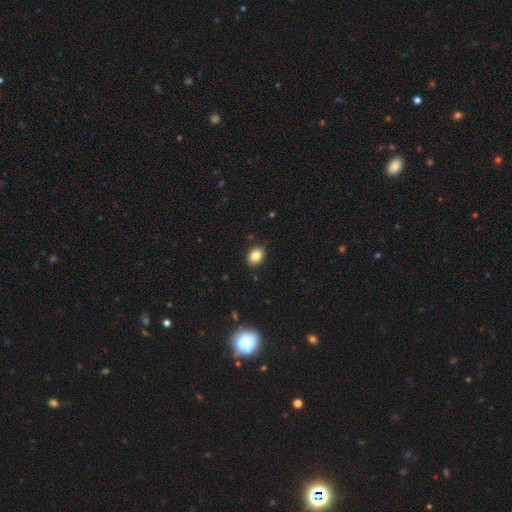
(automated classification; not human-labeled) The model was most divided on "how rounded": in between: 69%, round: 30%, cigar-shaped: 1%. More confident: merging — none (87%); smooth or featured — smooth (83%).